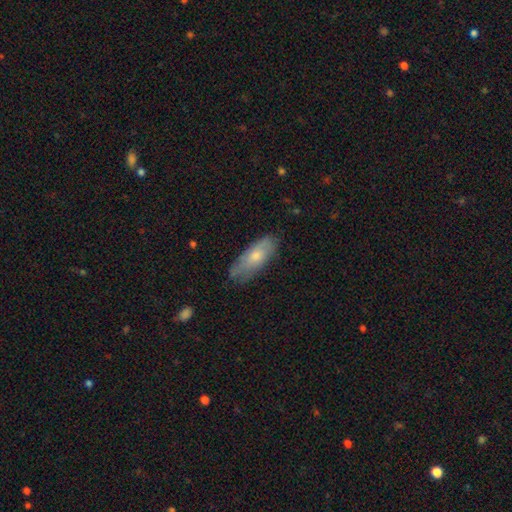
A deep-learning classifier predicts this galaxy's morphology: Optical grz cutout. It shows a smooth galaxy with no disk features (58%) that is in between round and cigar-shaped (68%). Merging: none (71%).